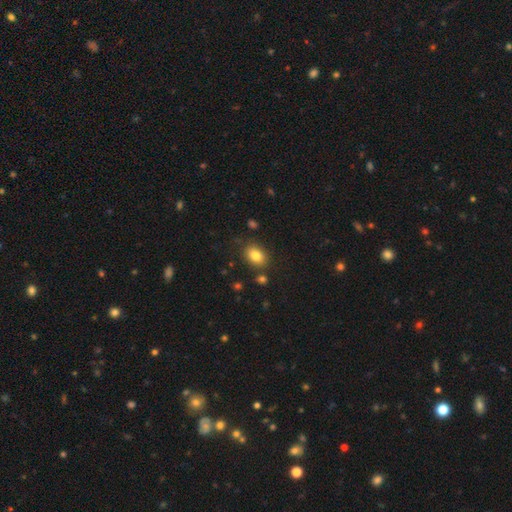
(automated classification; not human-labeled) A smooth galaxy with no disk features (82%) that is in between round and cigar-shaped (74%).

Vote fractions:
- Smooth or featured? smooth: 82% / star or artifact: 9% / featured or disk: 8%
- How rounded? in between: 74% / round: 25% / cigar-shaped: 1%
- Merging? none: 81% / minor disturbance: 11% / merger: 4% / major disturbance: 3%